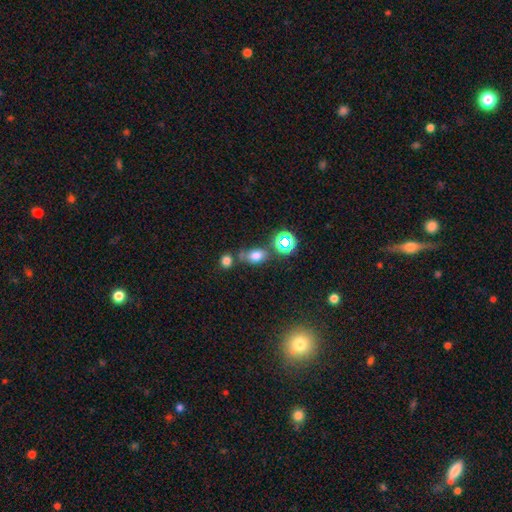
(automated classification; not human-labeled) The model was most divided on "merging": none: 59%, merger: 20%, minor disturbance: 15%, major disturbance: 6%. More confident: how rounded — in between (74%); smooth or featured — smooth (70%).